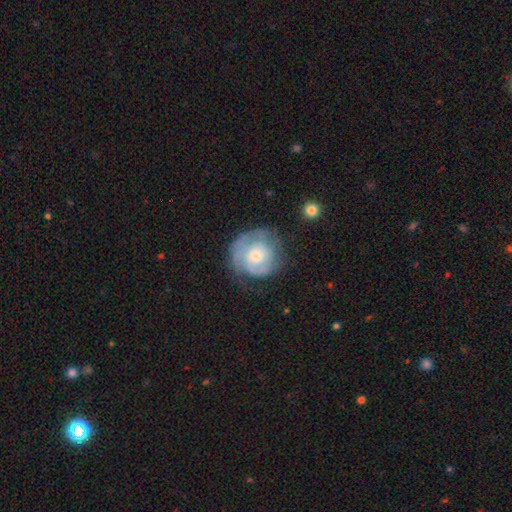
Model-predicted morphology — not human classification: A featured or disk galaxy (65%) with no bar (81%), spiral arms (76%) and a moderate central bulge (47%). Merging: none (63%).